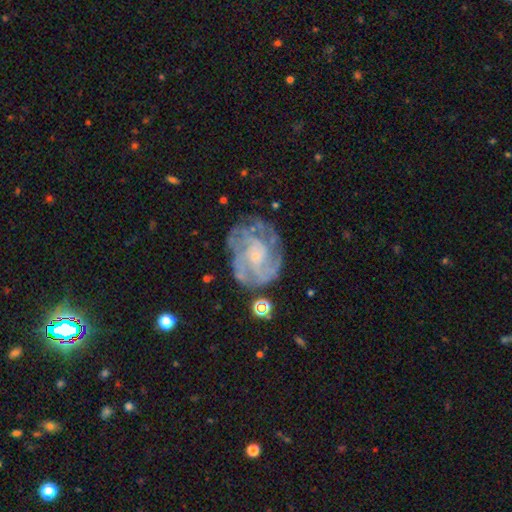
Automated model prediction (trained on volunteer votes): smooth-or-featured: featured or disk: 85% | smooth: 8% | star or artifact: 7%
  disk-edge-on: no: 98% | yes: 2%
    bar: no: 69% | weak: 26% | strong: 5%
    has-spiral-arms: yes: 94% | no: 6%
      spiral-winding: tight: 61% | medium: 32% | loose: 7%
      spiral-arm-count: can't tell: 34% | 3: 20% | 4: 17% | 2: 15% | more than 4: 8% | 1: 6%
    bulge-size: small: 69% | moderate: 19% | none: 9% | large: 2% | dominant: 1%
  merging: none: 69% | minor disturbance: 19% | major disturbance: 10% | merger: 2%